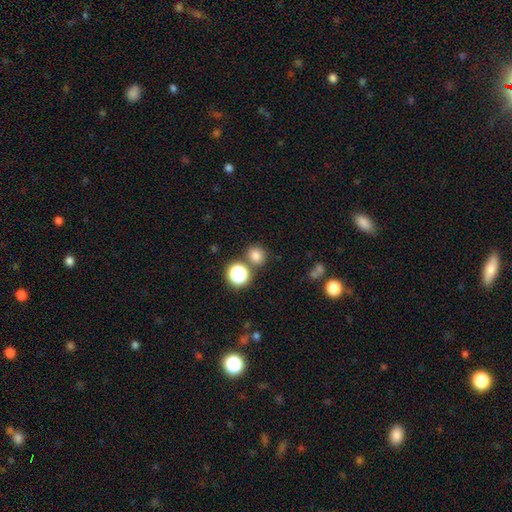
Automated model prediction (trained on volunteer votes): This appears to be a smooth galaxy with no disk features (78%) that is round (85%). Merging: none (77%).